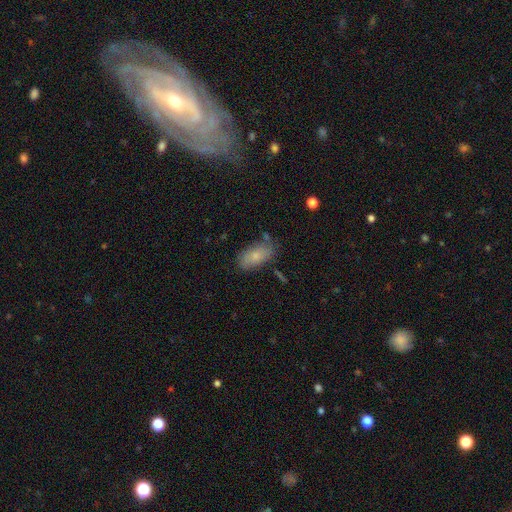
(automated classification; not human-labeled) A smooth galaxy with no disk features (75%) that is in between round and cigar-shaped (91%). Merging: none (70%).